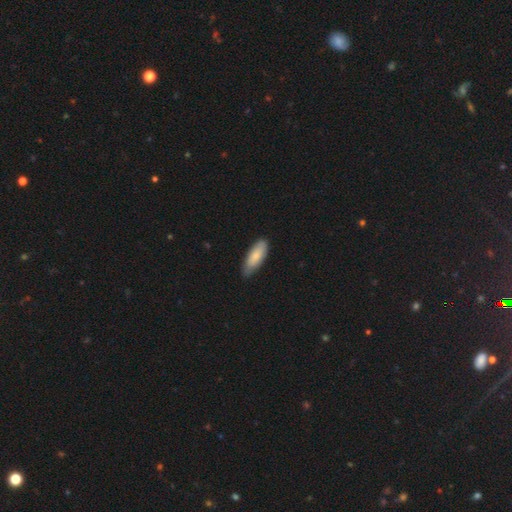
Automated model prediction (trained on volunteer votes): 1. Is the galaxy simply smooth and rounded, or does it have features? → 81% smooth, 14% featured or disk, 5% star or artifact.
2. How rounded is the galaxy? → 67% in between, 32% cigar-shaped, 1% round.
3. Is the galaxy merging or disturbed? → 77% none, 19% minor disturbance, 2% major disturbance, 1% merger.